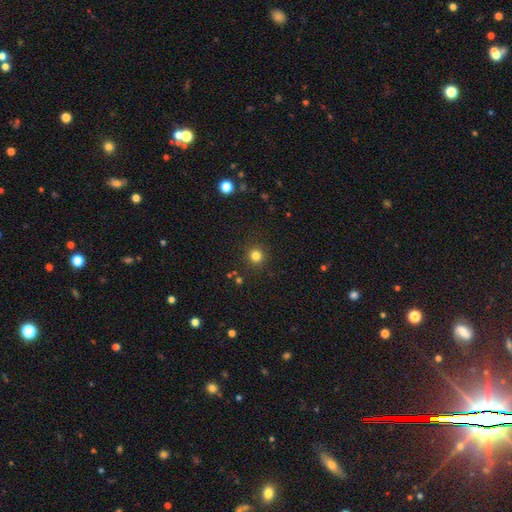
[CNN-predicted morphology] smooth 81%, star or artifact 14%, featured or disk 5%. Down the decision tree: how rounded — round (94%); merging — none (90%).